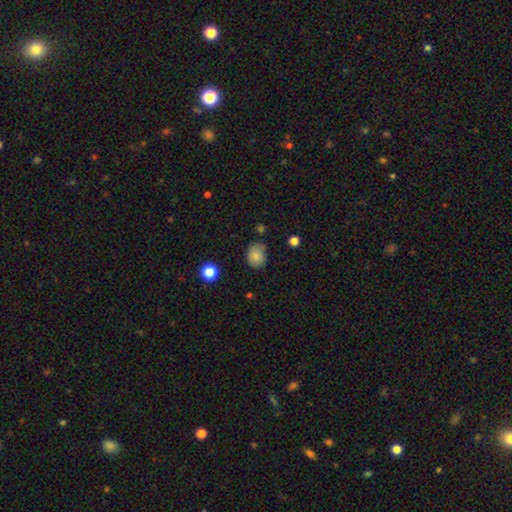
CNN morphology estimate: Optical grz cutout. It shows a smooth galaxy with no disk features (82%) that is round (54%). Merging: none (69%).